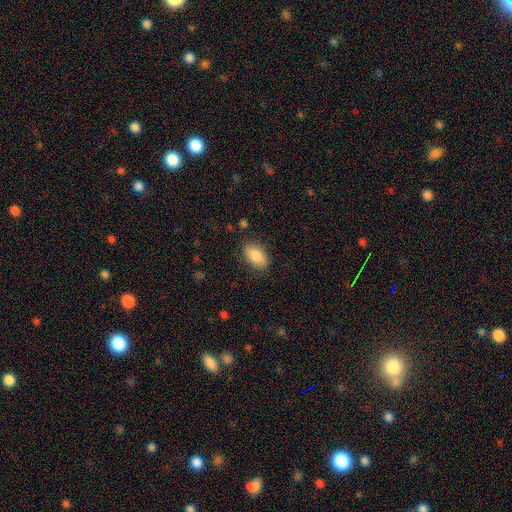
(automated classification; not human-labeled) smooth_or_featured: smooth (p=0.86) [alt: featured or disk p=0.07]
how_rounded: in between (p=0.91) [alt: round p=0.07]
merging: none (p=0.84) [alt: minor disturbance p=0.11]